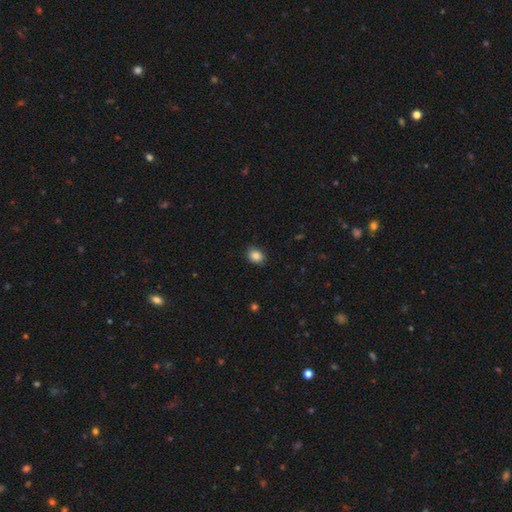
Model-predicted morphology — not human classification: Overall: smooth (86%). How rounded: round (57%; in between 42%). Merging: none (86%).